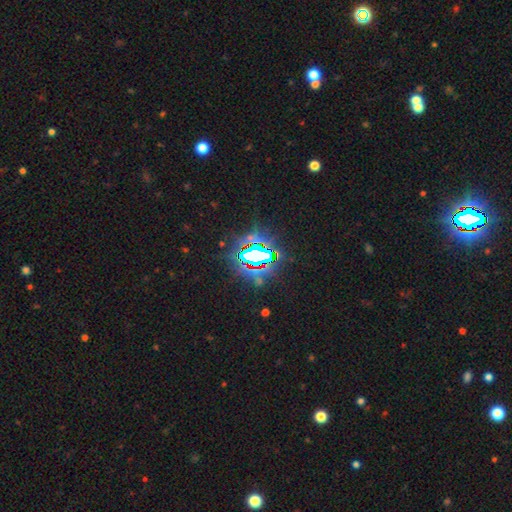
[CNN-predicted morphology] smooth_or_featured: star or artifact (p=0.78) [alt: smooth p=0.12]